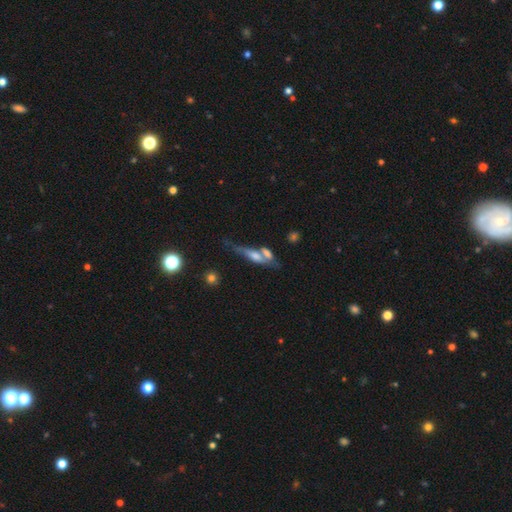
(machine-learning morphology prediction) A featured or disk galaxy (52%) viewed edge-on (68%).

Vote fractions:
- Smooth or featured? featured or disk: 52% / smooth: 38% / star or artifact: 10%
- Edge-on disk? yes: 68% / no: 32%
- Merging? merger: 40% / none: 32% / minor disturbance: 16% / major disturbance: 12%